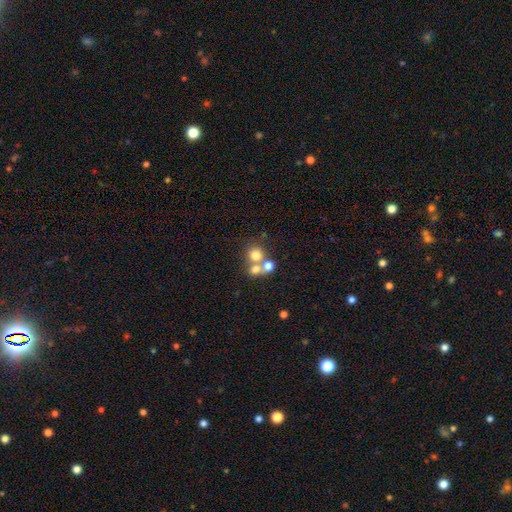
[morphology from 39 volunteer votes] smooth_or_featured: smooth (p=0.69) [alt: featured or disk p=0.21]
how_rounded: round (p=0.96) [alt: in between p=0.04]
merging: none (p=0.46) [alt: merger p=0.37]